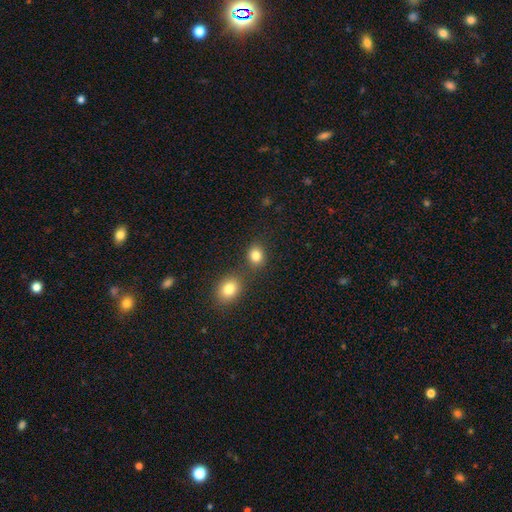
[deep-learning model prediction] Morphology: type=smooth (83%); roundness=round (69%); merging=none (70%).